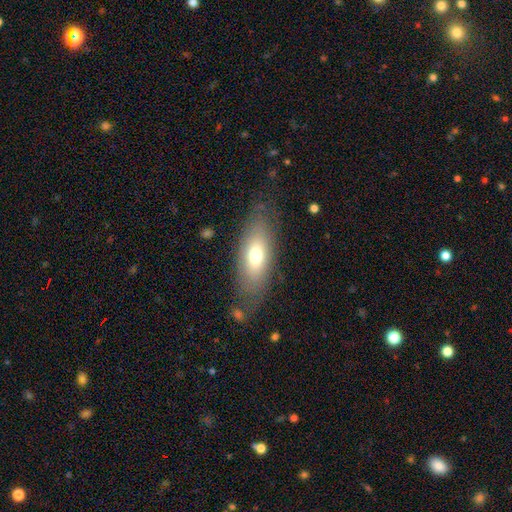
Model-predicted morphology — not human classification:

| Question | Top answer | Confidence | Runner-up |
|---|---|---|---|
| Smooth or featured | smooth | 66% | featured or disk (26%) |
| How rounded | in between | 79% | cigar-shaped (17%) |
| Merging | none | 75% | minor disturbance (15%) |